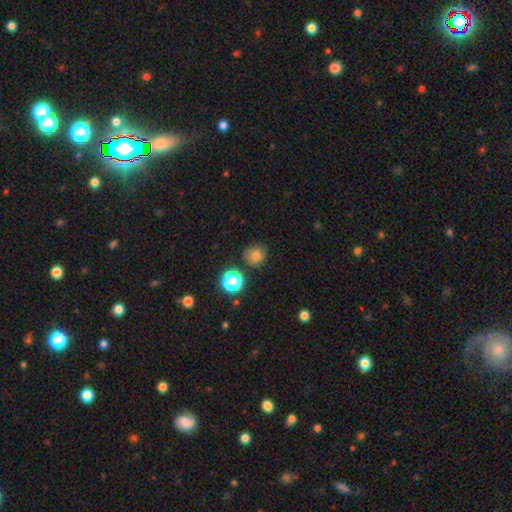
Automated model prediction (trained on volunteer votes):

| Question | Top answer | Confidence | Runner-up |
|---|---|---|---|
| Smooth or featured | smooth | 69% | star or artifact (21%) |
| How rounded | round | 87% | in between (12%) |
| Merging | none | 75% | minor disturbance (16%) |